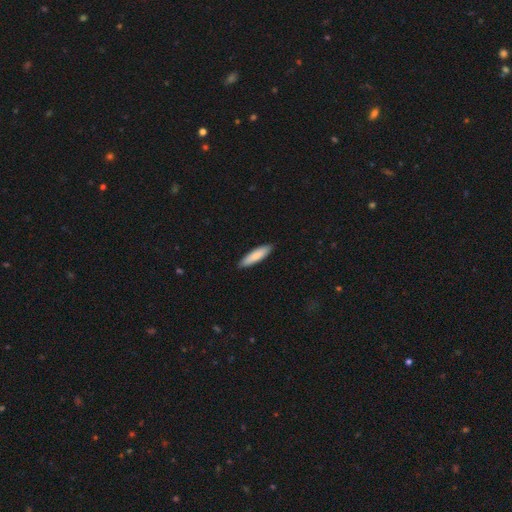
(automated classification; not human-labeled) Smooth or featured?
  - smooth: 82% *
  - featured or disk: 13%
  - star or artifact: 5%
How rounded?
  - cigar-shaped: 73% *
  - in between: 26%
  - round: 1%
Merging?
  - none: 90% *
  - minor disturbance: 8%
  - major disturbance: 1%
  - merger: 1%